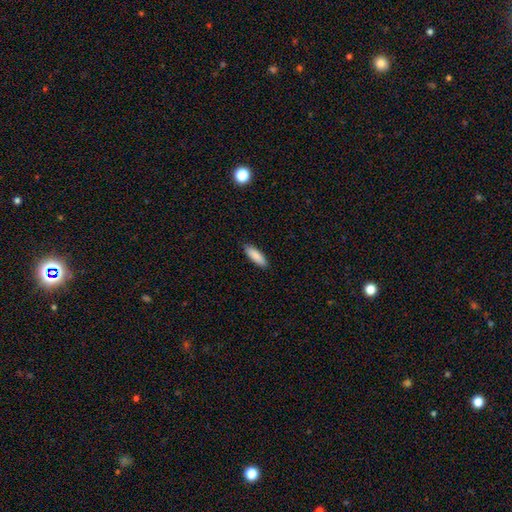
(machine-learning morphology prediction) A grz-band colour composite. It shows a smooth galaxy with no disk features (88%) that is in between round and cigar-shaped (53%). Merging: none (90%).